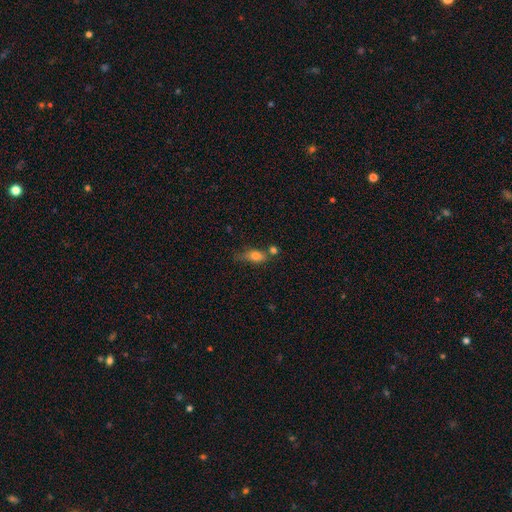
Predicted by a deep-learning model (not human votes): A smooth galaxy with no disk features (74%) that is in between round and cigar-shaped (74%).

Vote fractions:
- Smooth or featured? smooth: 74% / featured or disk: 16% / star or artifact: 10%
- How rounded? in between: 74% / cigar-shaped: 15% / round: 11%
- Merging? none: 43% / merger: 24% / minor disturbance: 23% / major disturbance: 10%